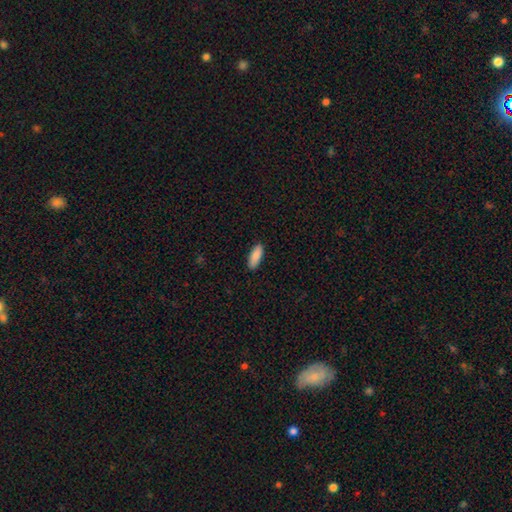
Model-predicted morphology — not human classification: smooth_or_featured: smooth (p=0.89) [alt: star or artifact p=0.06]
how_rounded: in between (p=0.69) [alt: cigar-shaped p=0.29]
merging: none (p=0.89) [alt: minor disturbance p=0.08]